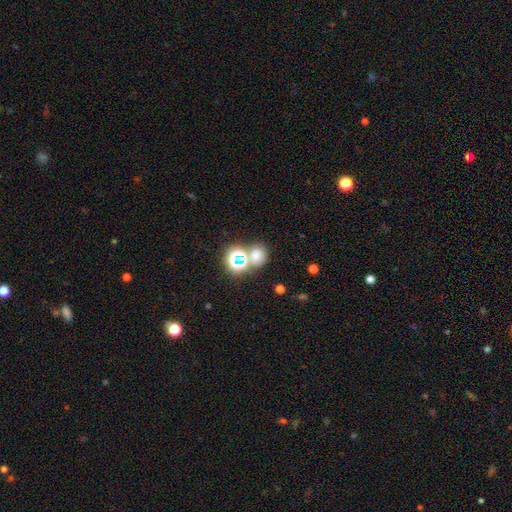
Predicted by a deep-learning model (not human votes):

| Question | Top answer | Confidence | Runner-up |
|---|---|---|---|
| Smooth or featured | smooth | 63% | star or artifact (29%) |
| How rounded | round | 74% | in between (25%) |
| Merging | none | 61% | merger (27%) |